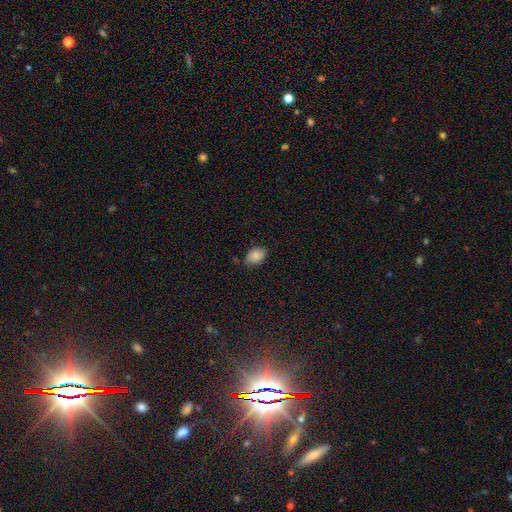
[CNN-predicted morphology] smooth 84%, star or artifact 9%, featured or disk 7%. Down the decision tree: how rounded — in between (76%); merging — none (72%).